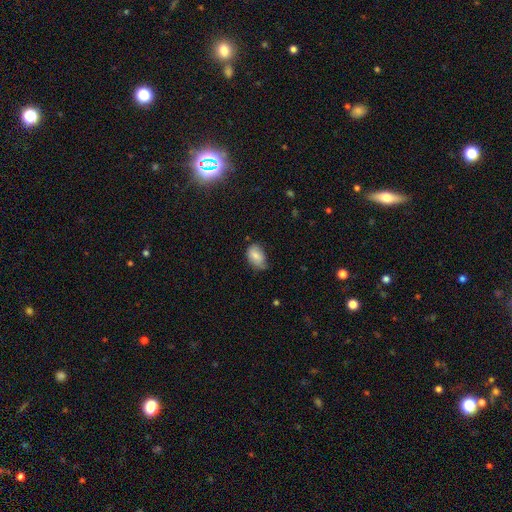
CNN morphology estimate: This is likely a smooth galaxy (79%). How rounded: clearly in between (84%). Merging: possibly none (50%).